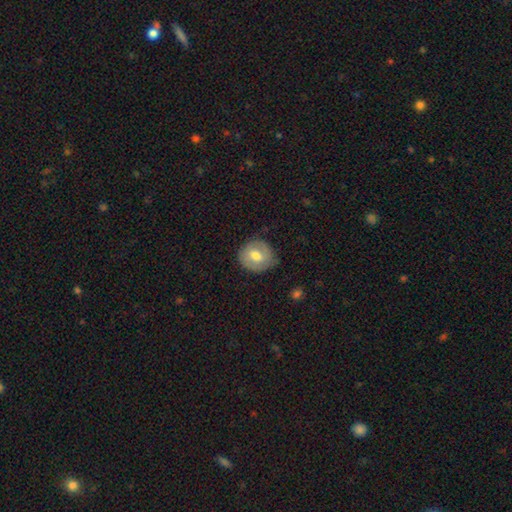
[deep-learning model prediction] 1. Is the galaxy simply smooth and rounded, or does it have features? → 59% smooth, 34% featured or disk, 7% star or artifact.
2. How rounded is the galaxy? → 80% round, 19% in between, 1% cigar-shaped.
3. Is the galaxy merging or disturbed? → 73% none, 21% minor disturbance, 5% major disturbance, 1% merger.